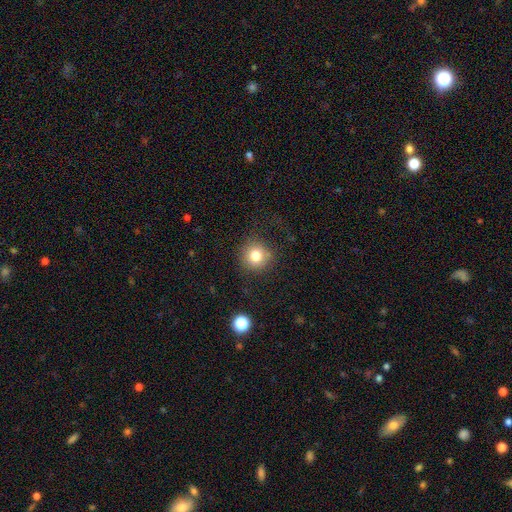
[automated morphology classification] The model was most divided on "smooth or featured": smooth: 79%, star or artifact: 12%, featured or disk: 9%. More confident: how rounded — round (93%); merging — none (81%).